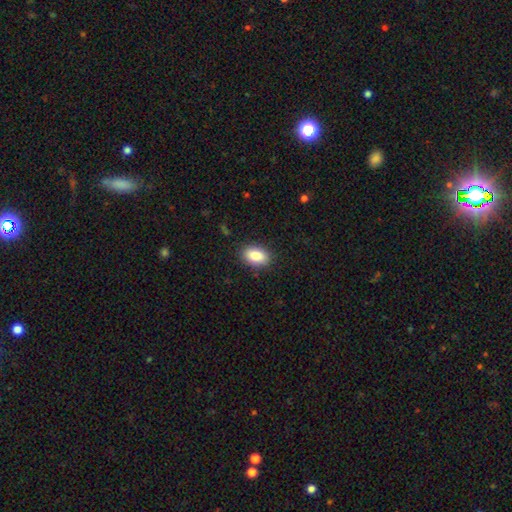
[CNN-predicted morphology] This is clearly a smooth galaxy (85%). How rounded: clearly in between (88%). Merging: clearly none (88%).